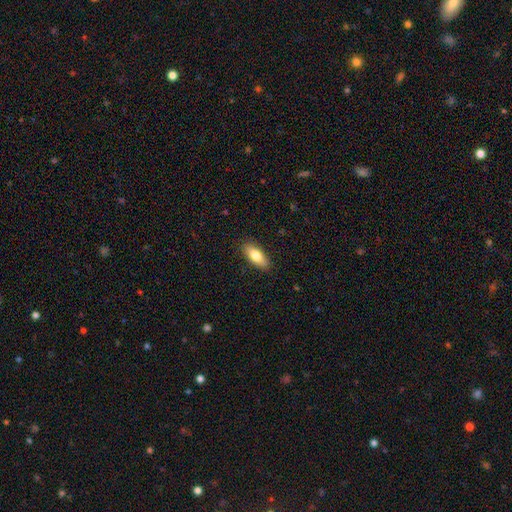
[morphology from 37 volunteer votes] Volunteers were most divided on "how rounded": in between: 63%, cigar-shaped: 33%, round: 4%. More confident: merging — none (86%); smooth or featured — smooth (73%).